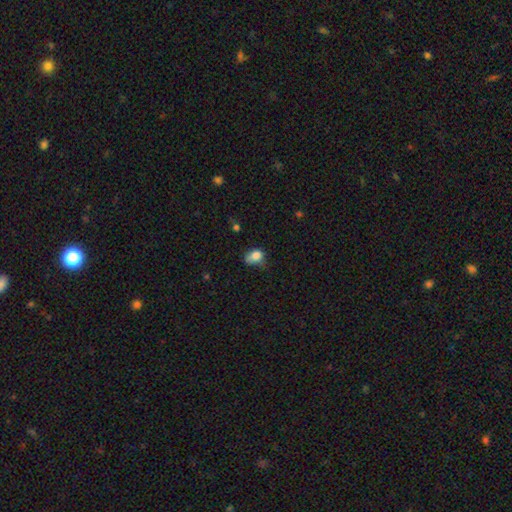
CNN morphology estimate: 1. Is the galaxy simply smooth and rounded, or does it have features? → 80% smooth, 10% star or artifact, 10% featured or disk.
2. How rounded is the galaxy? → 67% in between, 32% round, 1% cigar-shaped.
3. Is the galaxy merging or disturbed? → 42% minor disturbance, 37% none, 18% major disturbance, 4% merger.